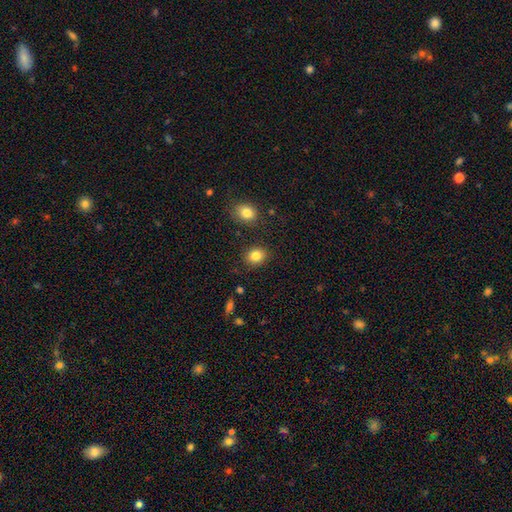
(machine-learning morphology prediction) Smooth or featured? smooth (84%)
How rounded? round (62%)
Merging? none (86%)